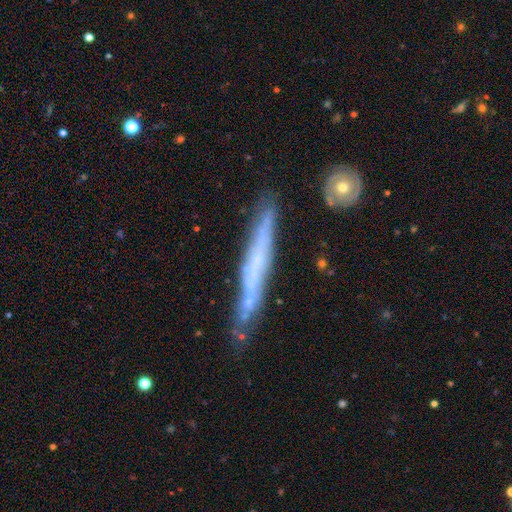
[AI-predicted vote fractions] A featured or disk galaxy (61%) viewed edge-on (88%) with no central bulge (83%).

Vote fractions:
- Smooth or featured? featured or disk: 61% / smooth: 31% / star or artifact: 8%
- Edge-on disk? yes: 88% / no: 12%
- Edge-on bulge? none: 83% / rounded: 12% / boxy: 6%
- Merging? none: 75% / minor disturbance: 18% / merger: 4% / major disturbance: 4%